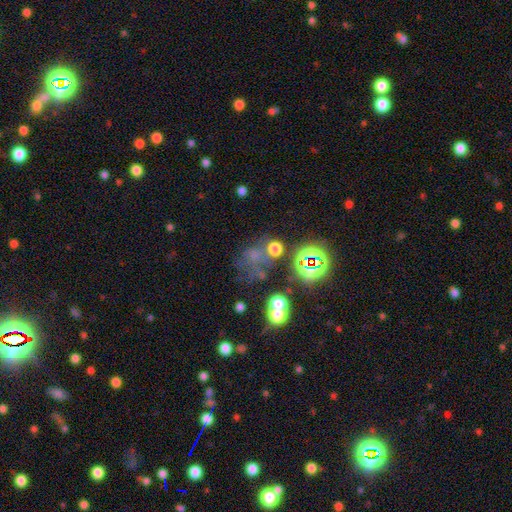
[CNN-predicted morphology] Smooth or featured? Predicted: star or artifact (p=0.41, tied with smooth).